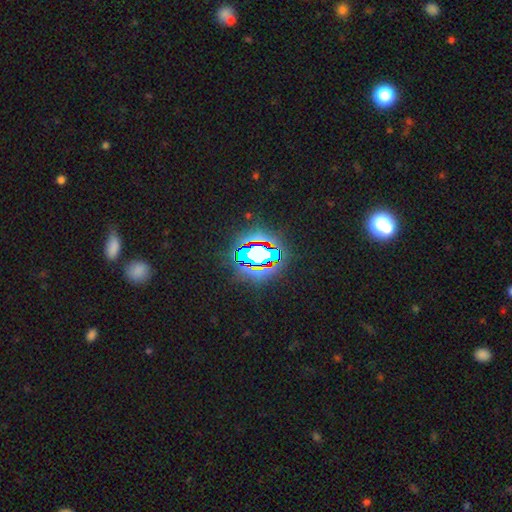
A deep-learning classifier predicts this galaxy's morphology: A star or artifact, not a galaxy (68%).

Vote fractions:
- Smooth or featured? star or artifact: 68% / smooth: 18% / featured or disk: 14%